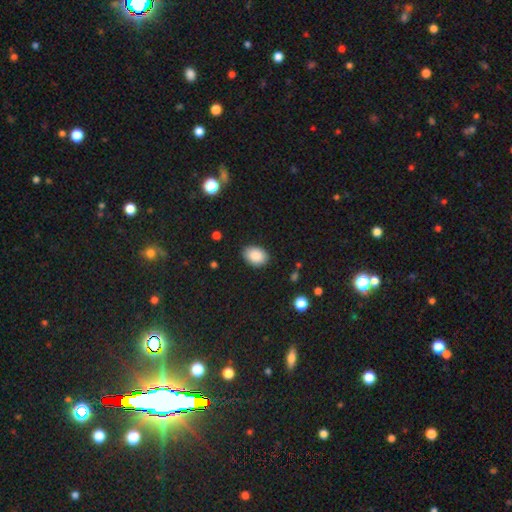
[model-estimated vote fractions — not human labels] smooth_or_featured: smooth (p=0.88) [alt: star or artifact p=0.08]
how_rounded: in between (p=0.80) [alt: round p=0.19]
merging: none (p=0.86) [alt: minor disturbance p=0.11]